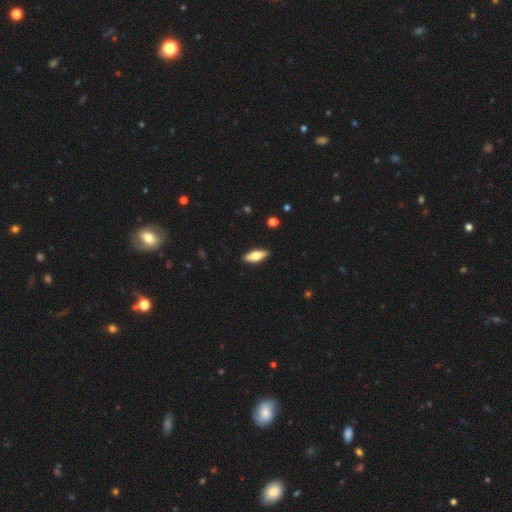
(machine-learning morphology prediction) Smooth or featured? smooth (56%)
How rounded? in between (62%)
Merging? none (90%)